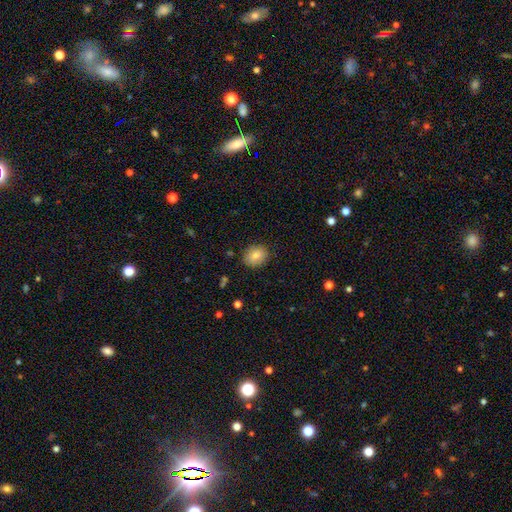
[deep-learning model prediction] Morphology: type=smooth (85%); roundness=round (56%); merging=none (86%).